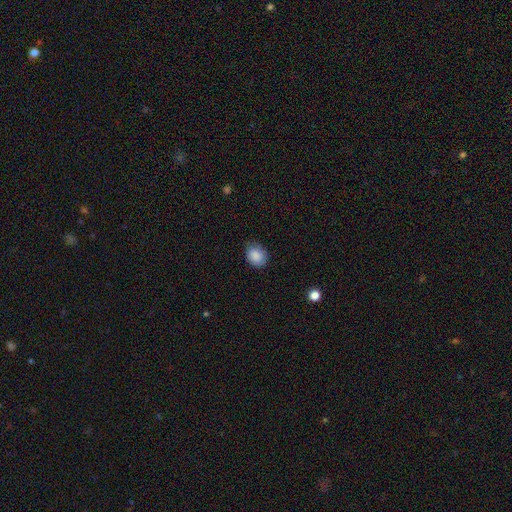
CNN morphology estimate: A smooth galaxy with no disk features (87%) that is round (50%). Merging: none (72%).